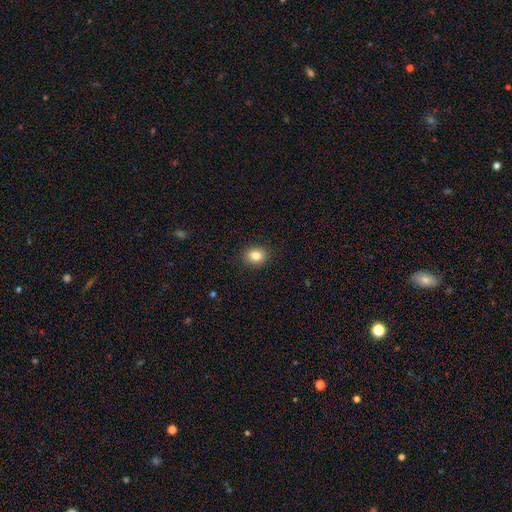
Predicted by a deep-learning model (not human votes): Smooth or featured: smooth — 83% (star or artifact — 10%)
How rounded: round — 53% (in between — 46%)
Merging: none — 90% (minor disturbance — 7%)